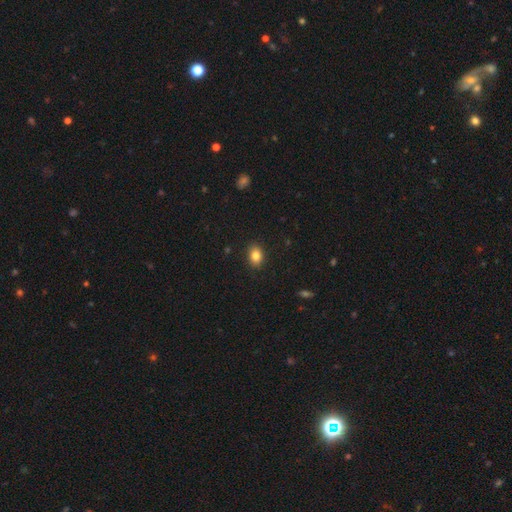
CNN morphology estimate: A smooth galaxy with no disk features (83%) that is in between round and cigar-shaped (72%). Merging: none (89%).